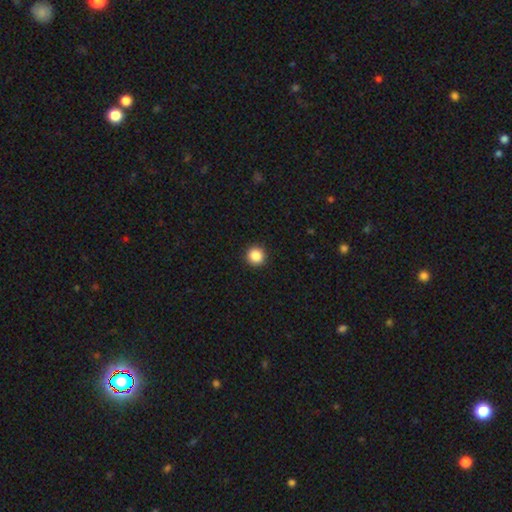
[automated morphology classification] Smooth or featured? smooth (87%)
How rounded? round (95%)
Merging? none (93%)